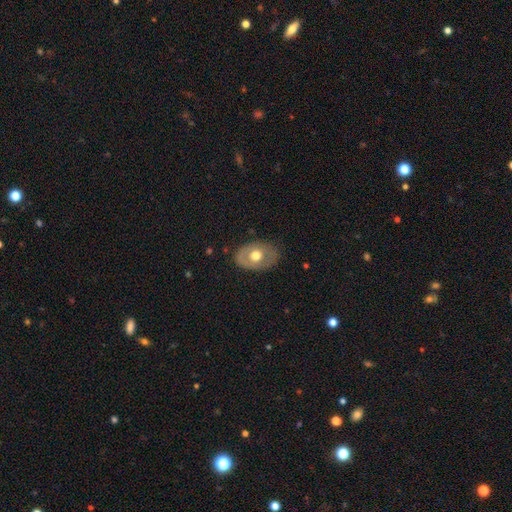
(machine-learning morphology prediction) Smooth or featured: smooth — 51% (featured or disk — 43%)
How rounded: in between — 77% (round — 22%)
Merging: none — 78% (minor disturbance — 17%)